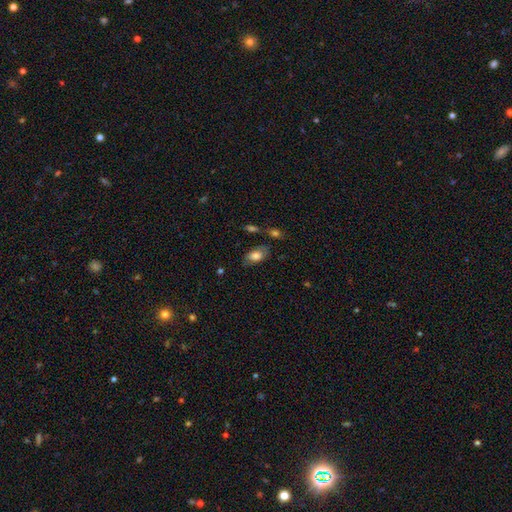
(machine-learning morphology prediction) smooth_or_featured: smooth (p=0.75) [alt: featured or disk p=0.18]
how_rounded: in between (p=0.92) [alt: round p=0.05]
merging: none (p=0.67) [alt: minor disturbance p=0.19]